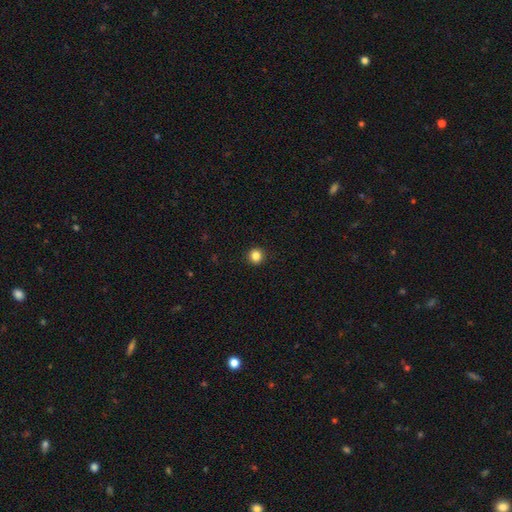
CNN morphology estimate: smooth_or_featured: smooth (p=0.85) [alt: star or artifact p=0.11]
how_rounded: round (p=0.94) [alt: in between p=0.06]
merging: none (p=0.93) [alt: minor disturbance p=0.05]